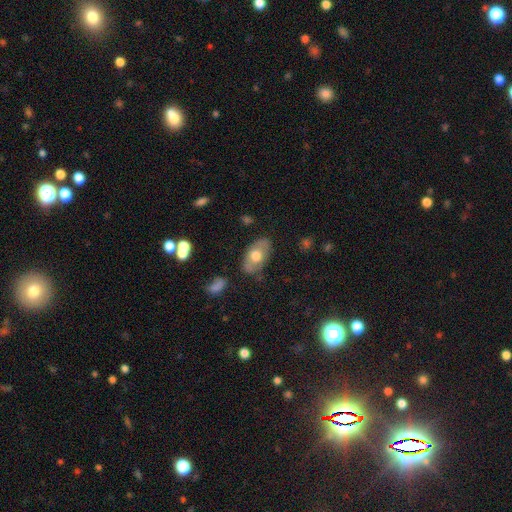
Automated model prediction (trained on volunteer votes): Overall: smooth (64%; featured or disk 29%). How rounded: in between (92%). Merging: none (75%).